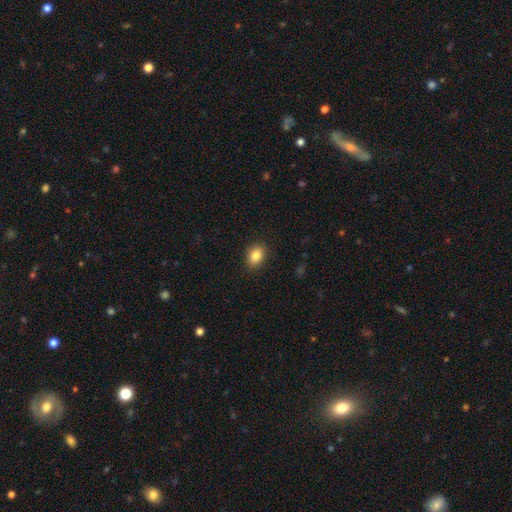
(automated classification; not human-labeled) A smooth galaxy with no disk features (86%) that is in between round and cigar-shaped (72%).

Vote fractions:
- Smooth or featured? smooth: 86% / star or artifact: 9% / featured or disk: 5%
- How rounded? in between: 72% / round: 27% / cigar-shaped: 1%
- Merging? none: 88% / minor disturbance: 9% / major disturbance: 2% / merger: 1%